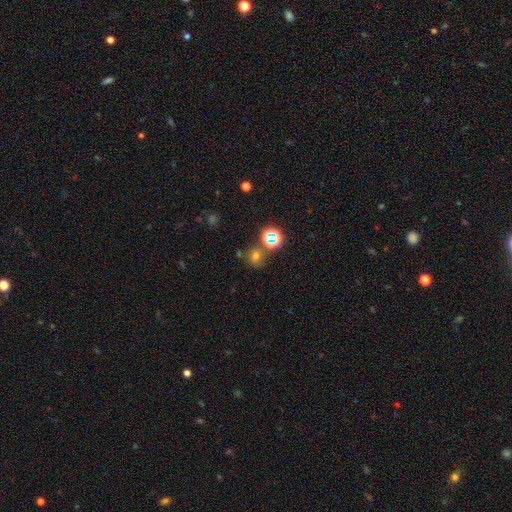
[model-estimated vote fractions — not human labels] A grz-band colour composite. It shows a smooth galaxy with no disk features (57%) that is round (80%). Merging: none (67%).